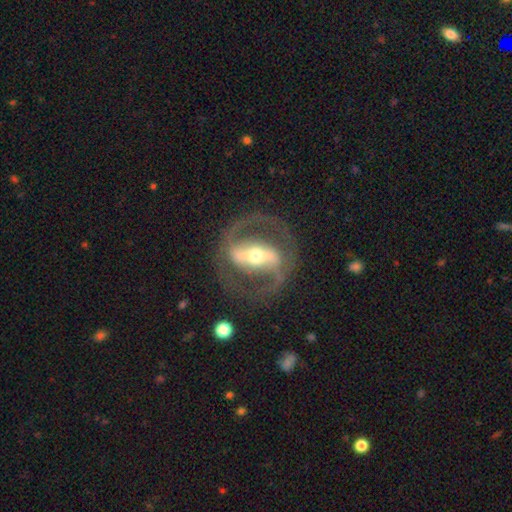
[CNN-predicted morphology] The model was most divided on "spiral winding": medium: 53%, tight: 29%, loose: 18%. More confident: edge-on disk — no (92%); spiral arm count — 2 (88%); smooth or featured — featured or disk (87%); merging — none (77%); spiral arms — yes (76%); bar — strong (75%); bulge size — moderate (61%).